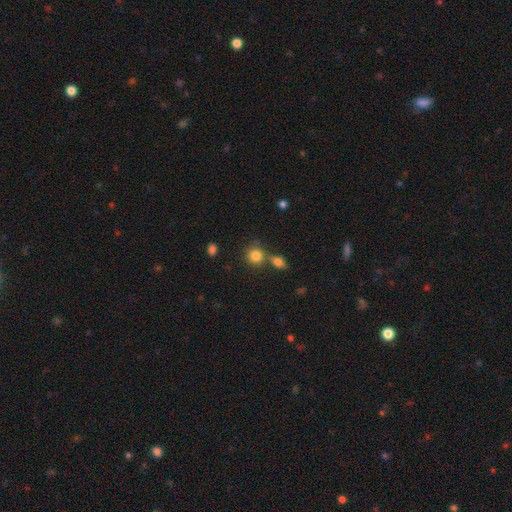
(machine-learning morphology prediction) A smooth galaxy with no disk features (82%) that is round (84%).

Vote fractions:
- Smooth or featured? smooth: 82% / star or artifact: 11% / featured or disk: 7%
- How rounded? round: 84% / in between: 15% / cigar-shaped: 1%
- Merging? none: 59% / merger: 28% / minor disturbance: 10% / major disturbance: 4%